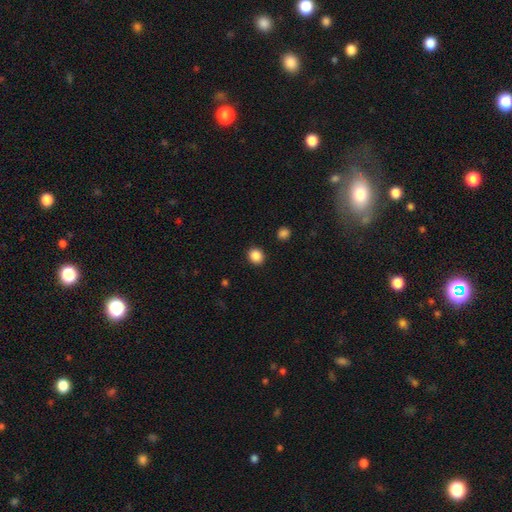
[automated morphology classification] smooth-or-featured: smooth: 87% | star or artifact: 10% | featured or disk: 3%
  how-rounded: round: 77% | in between: 22% | cigar-shaped: 1%
  merging: none: 91% | minor disturbance: 6% | major disturbance: 2% | merger: 2%